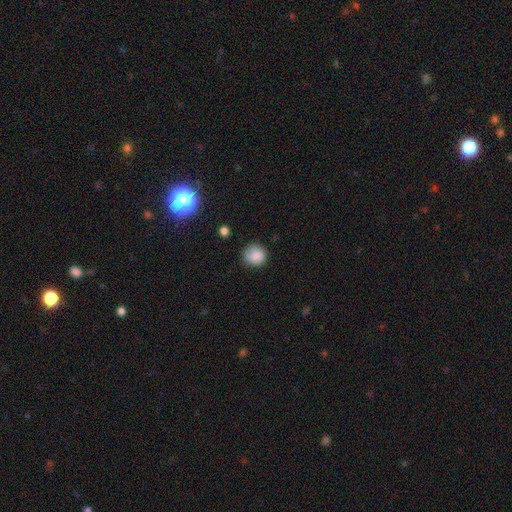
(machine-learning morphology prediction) A smooth galaxy with no disk features (86%) that is round (88%).

Vote fractions:
- Smooth or featured? smooth: 86% / star or artifact: 9% / featured or disk: 4%
- How rounded? round: 88% / in between: 11% / cigar-shaped: 1%
- Merging? none: 79% / minor disturbance: 16% / major disturbance: 4% / merger: 1%